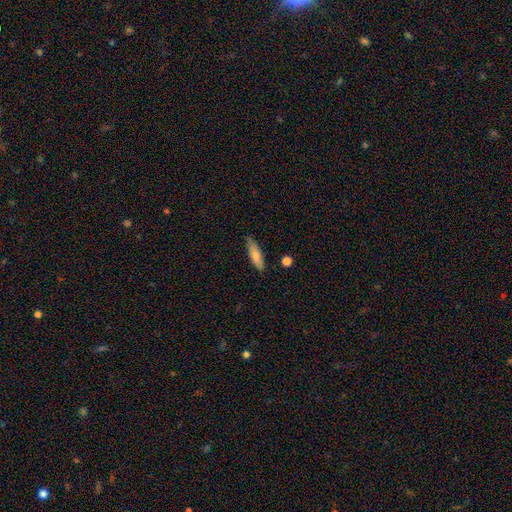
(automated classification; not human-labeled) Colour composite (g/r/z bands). It shows a smooth galaxy with no disk features (77%) that is cigar-shaped (65%). Merging: none (78%).